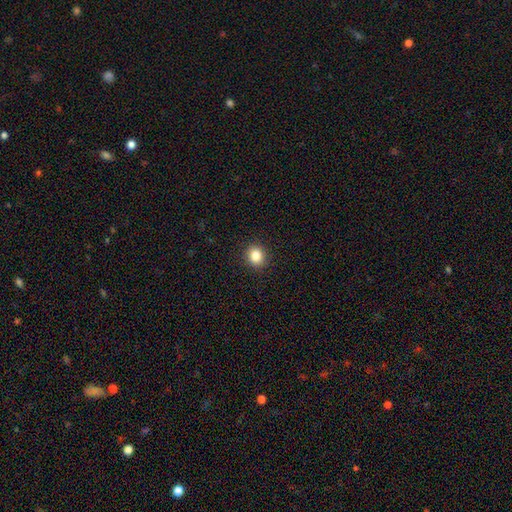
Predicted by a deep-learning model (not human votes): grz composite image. It shows a smooth galaxy with no disk features (84%) that is round (82%). Merging: none (91%).